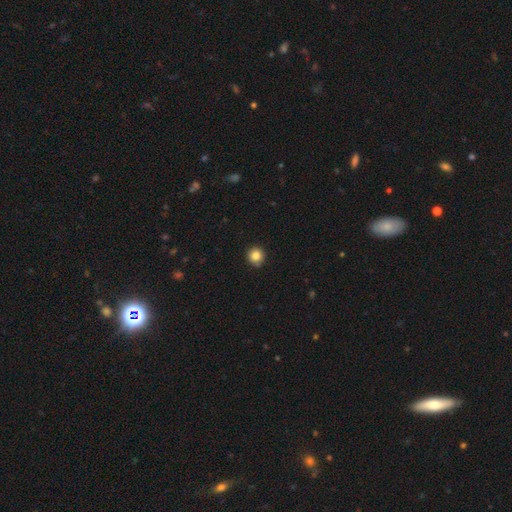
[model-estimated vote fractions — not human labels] Smooth or featured? Predicted: smooth (p=0.84). How rounded? Predicted: round (p=0.94). Merging? Predicted: none (p=0.89).